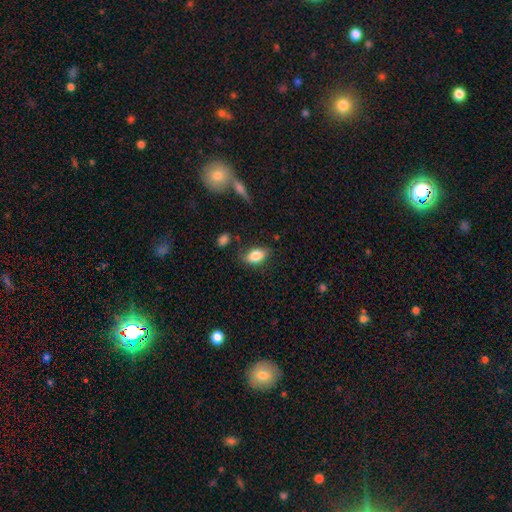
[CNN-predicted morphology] Q: Smooth or featured?
A: smooth (82%); runner-up: featured or disk (10%)
Q: How rounded?
A: in between (88%); runner-up: round (9%)
Q: Merging?
A: none (72%); runner-up: minor disturbance (19%)